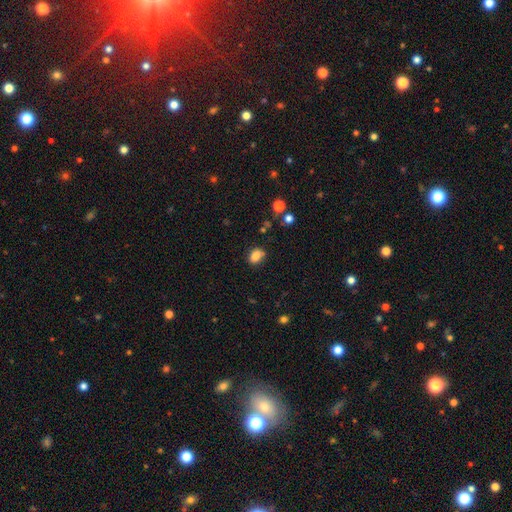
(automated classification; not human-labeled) This appears to be a smooth galaxy with no disk features (83%) that is in between round and cigar-shaped (65%). Merging: none (73%).